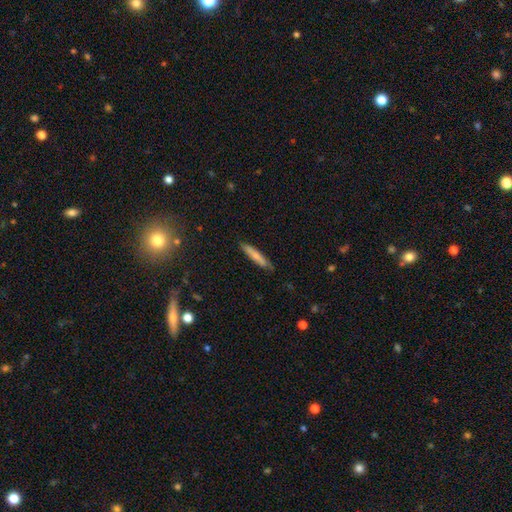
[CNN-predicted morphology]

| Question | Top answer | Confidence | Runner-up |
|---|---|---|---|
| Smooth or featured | smooth | 69% | featured or disk (26%) |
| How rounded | cigar-shaped | 90% | in between (8%) |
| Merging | none | 85% | minor disturbance (11%) |